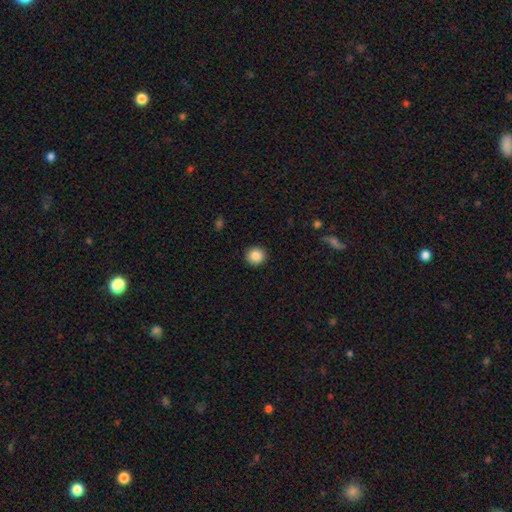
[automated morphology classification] This is clearly a smooth galaxy (86%). How rounded: clearly round (93%). Merging: clearly none (93%).